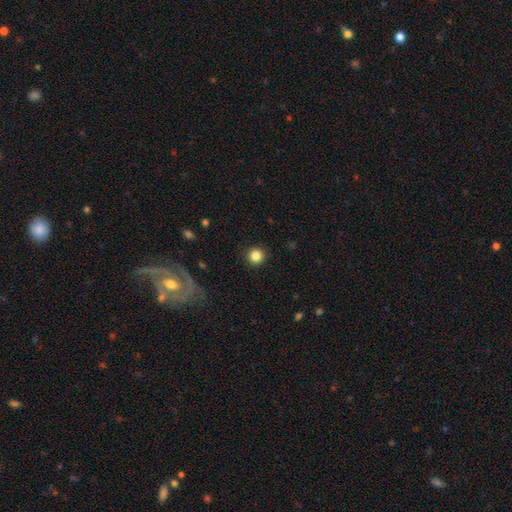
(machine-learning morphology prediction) smooth-or-featured: smooth: 85% | star or artifact: 11% | featured or disk: 5%
  how-rounded: round: 95% | in between: 4% | cigar-shaped: 1%
  merging: none: 92% | minor disturbance: 5% | major disturbance: 2% | merger: 1%